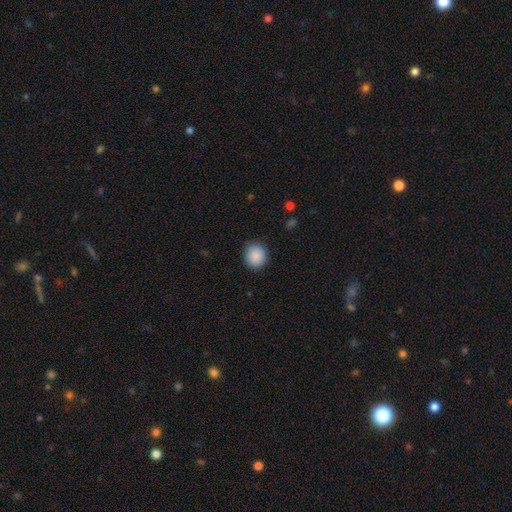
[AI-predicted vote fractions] Q: Smooth or featured?
A: smooth (89%); runner-up: star or artifact (8%)
Q: How rounded?
A: round (84%); runner-up: in between (15%)
Q: Merging?
A: none (89%); runner-up: minor disturbance (8%)